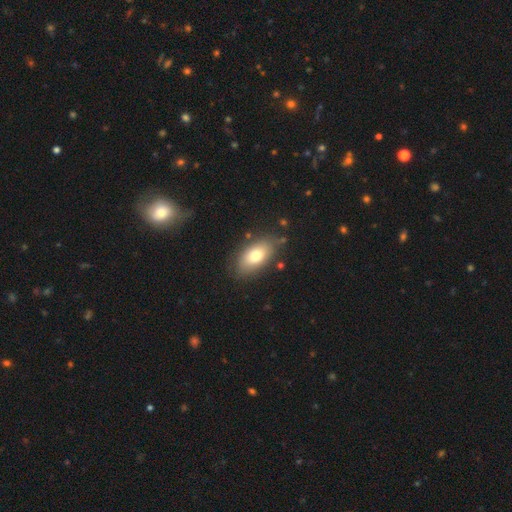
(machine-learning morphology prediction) The model was most divided on "smooth or featured": smooth: 75%, featured or disk: 17%, star or artifact: 8%. More confident: how rounded — in between (91%); merging — none (79%).